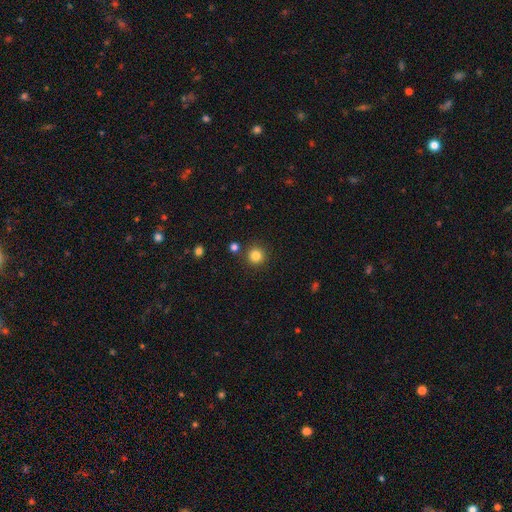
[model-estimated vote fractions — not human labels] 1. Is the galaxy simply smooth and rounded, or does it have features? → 83% smooth, 12% star or artifact, 5% featured or disk.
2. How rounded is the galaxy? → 95% round, 4% in between, 1% cigar-shaped.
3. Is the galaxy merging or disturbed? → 87% none, 6% minor disturbance, 5% merger, 2% major disturbance.